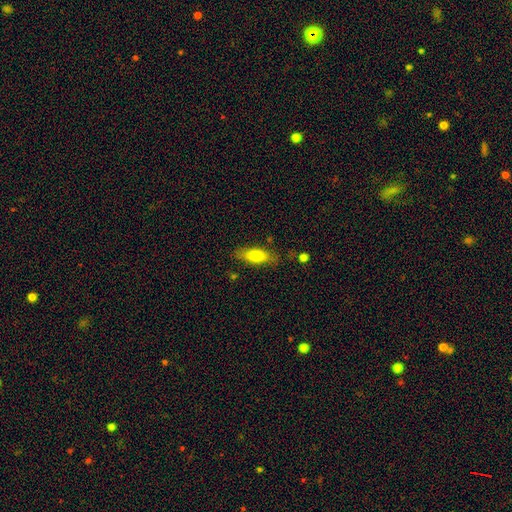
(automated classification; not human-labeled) Smooth or featured: smooth — 73% (featured or disk — 20%)
How rounded: in between — 66% (cigar-shaped — 31%)
Merging: none — 75% (minor disturbance — 18%)